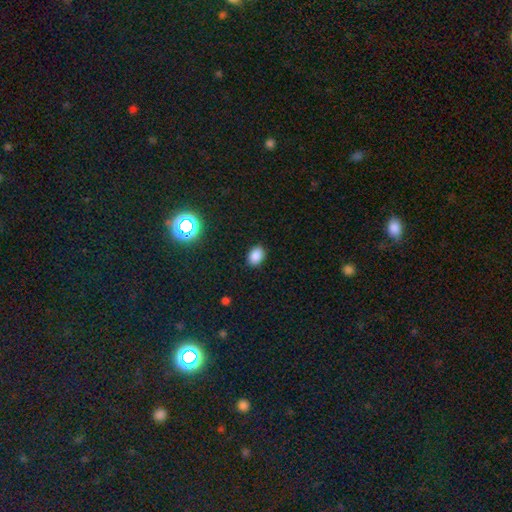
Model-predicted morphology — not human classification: Q: Smooth or featured?
A: smooth (85%); runner-up: star or artifact (12%)
Q: How rounded?
A: in between (75%); runner-up: round (24%)
Q: Merging?
A: none (88%); runner-up: minor disturbance (9%)